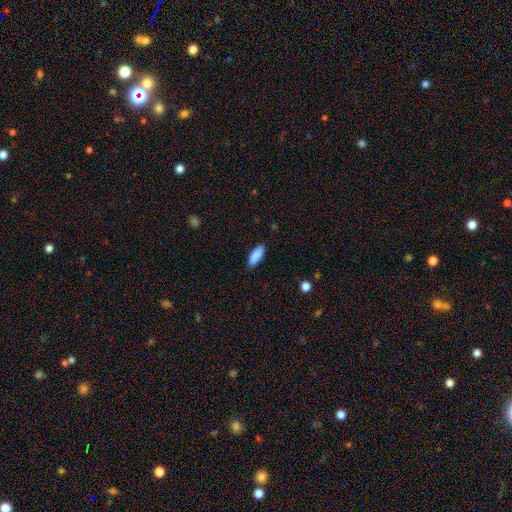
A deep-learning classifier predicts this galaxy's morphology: smooth 89%, star or artifact 6%, featured or disk 5%. Down the decision tree: how rounded — in between (76%); merging — none (86%).